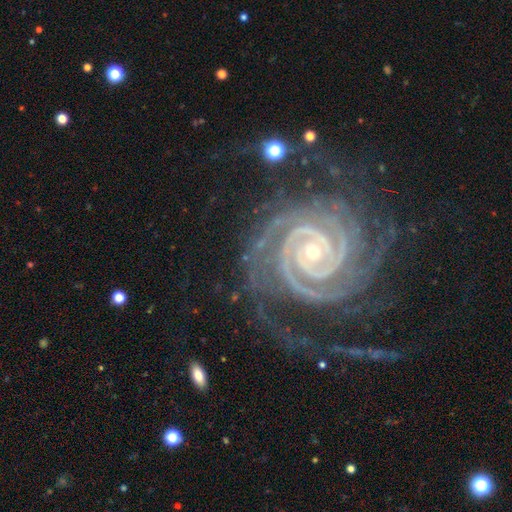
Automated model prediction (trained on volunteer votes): Smooth or featured: featured or disk — 93% (star or artifact — 5%)
Edge-on disk: no — 98% (yes — 2%)
Bar: no — 54% (weak — 25%)
Spiral arms: yes — 99% (no — 1%)
Spiral winding: tight — 87% (medium — 11%)
Spiral arm count: 2 — 52% (3 — 17%)
Bulge size: small — 80% (moderate — 16%)
Merging: none — 73% (minor disturbance — 16%)